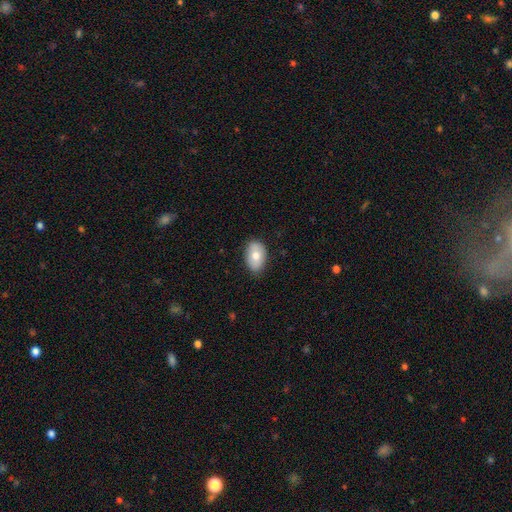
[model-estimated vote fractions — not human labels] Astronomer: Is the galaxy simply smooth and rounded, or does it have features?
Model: smooth — 73%.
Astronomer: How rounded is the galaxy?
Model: in between — 88%.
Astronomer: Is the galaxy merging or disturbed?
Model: none — 82%.